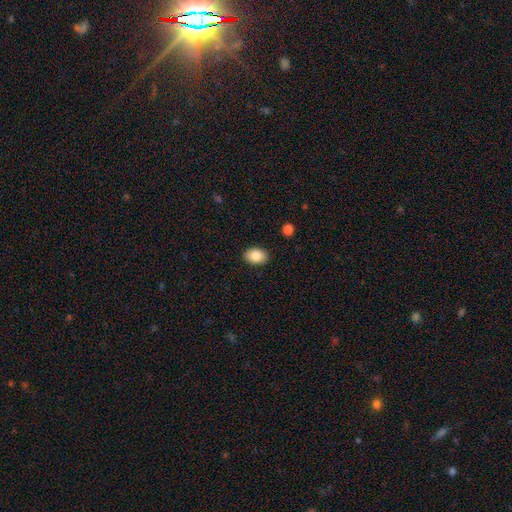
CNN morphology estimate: The model was most divided on "how rounded": in between: 84%, round: 15%, cigar-shaped: 1%. More confident: merging — none (89%); smooth or featured — smooth (86%).